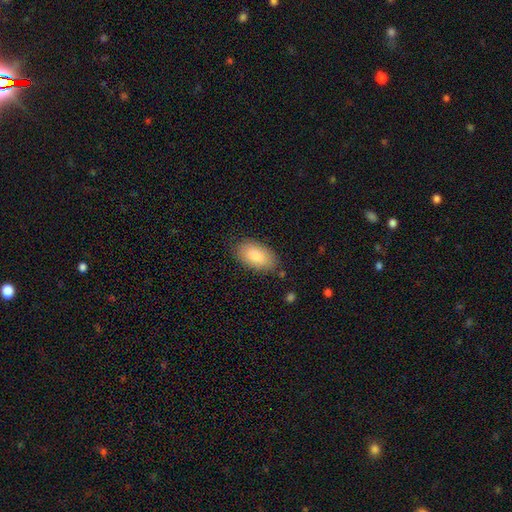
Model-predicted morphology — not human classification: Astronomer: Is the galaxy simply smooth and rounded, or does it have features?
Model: smooth — 80%.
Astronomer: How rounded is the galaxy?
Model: in between — 94%.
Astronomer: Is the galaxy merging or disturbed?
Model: none — 81%.